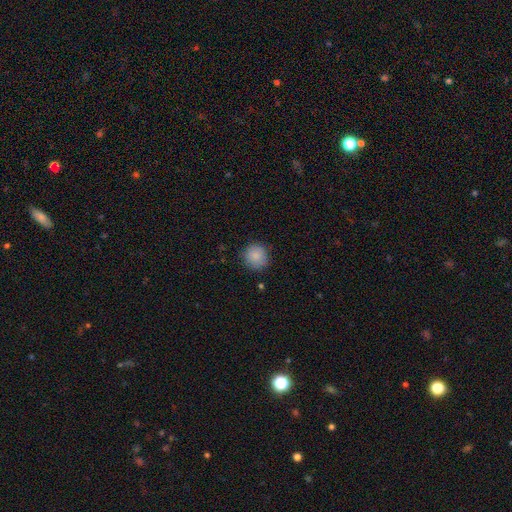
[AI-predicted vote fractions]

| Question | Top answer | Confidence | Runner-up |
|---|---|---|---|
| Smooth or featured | smooth | 86% | star or artifact (8%) |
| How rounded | round | 92% | in between (7%) |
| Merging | none | 85% | minor disturbance (11%) |